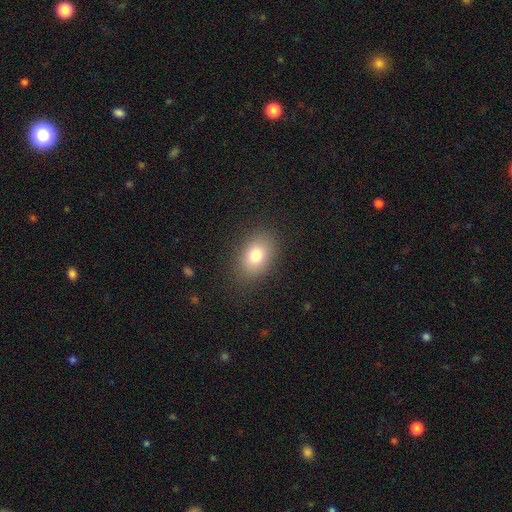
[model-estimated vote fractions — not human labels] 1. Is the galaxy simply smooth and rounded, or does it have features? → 78% smooth, 11% featured or disk, 11% star or artifact.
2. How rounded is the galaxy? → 75% in between, 24% round, 1% cigar-shaped.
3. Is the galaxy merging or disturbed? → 84% none, 11% minor disturbance, 4% major disturbance, 1% merger.